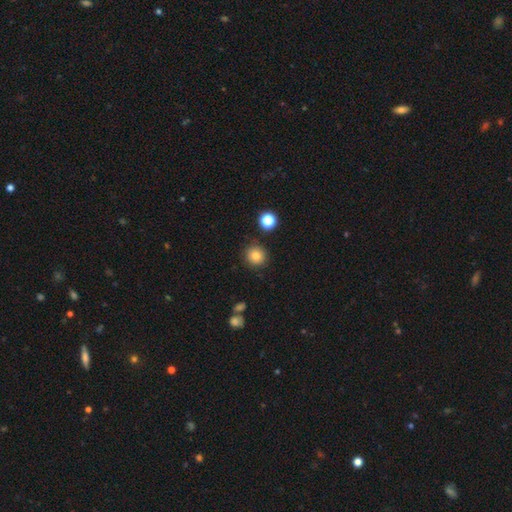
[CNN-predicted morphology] This appears to be a smooth galaxy with no disk features (82%) that is round (93%). Merging: none (88%).